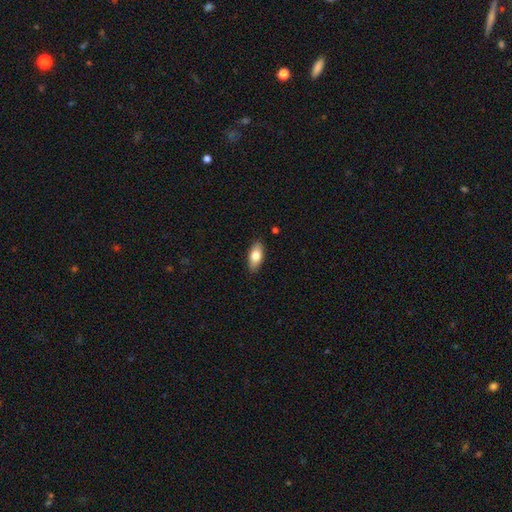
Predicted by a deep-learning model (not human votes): Q: Smooth or featured?
A: smooth (78%); runner-up: featured or disk (15%)
Q: How rounded?
A: in between (87%); runner-up: cigar-shaped (10%)
Q: Merging?
A: none (87%); runner-up: minor disturbance (10%)